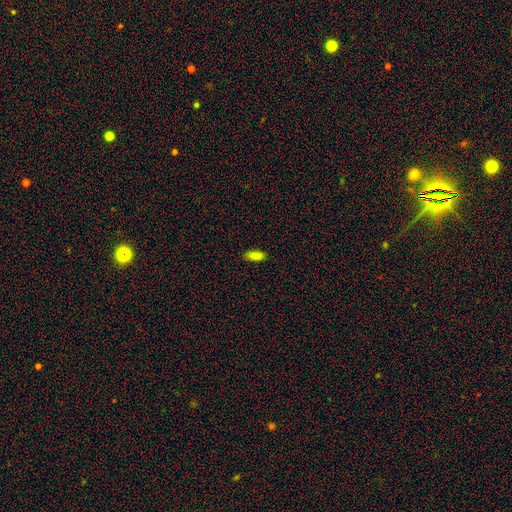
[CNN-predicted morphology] Smooth or featured? Predicted: smooth (p=0.86). How rounded? Predicted: in between (p=0.77). Merging? Predicted: none (p=0.86).